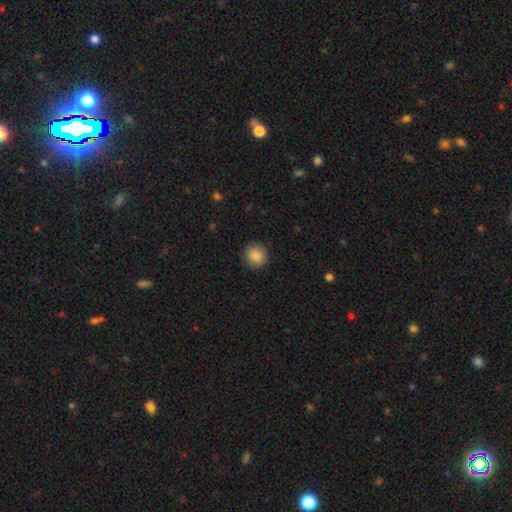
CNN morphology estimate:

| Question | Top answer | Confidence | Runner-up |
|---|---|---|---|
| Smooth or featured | smooth | 88% | star or artifact (8%) |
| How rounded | round | 89% | in between (10%) |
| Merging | none | 90% | minor disturbance (7%) |